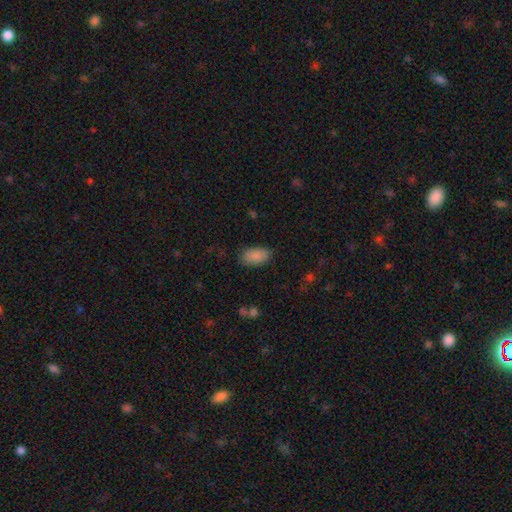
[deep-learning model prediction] Q: Smooth or featured?
A: smooth (88%); runner-up: star or artifact (8%)
Q: How rounded?
A: in between (93%); runner-up: round (4%)
Q: Merging?
A: none (79%); runner-up: minor disturbance (16%)